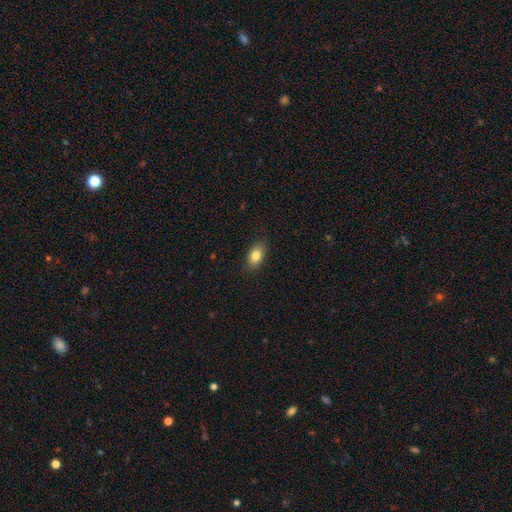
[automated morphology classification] smooth_or_featured: smooth (p=0.82) [alt: featured or disk p=0.10]
how_rounded: in between (p=0.86) [alt: round p=0.12]
merging: none (p=0.87) [alt: minor disturbance p=0.10]